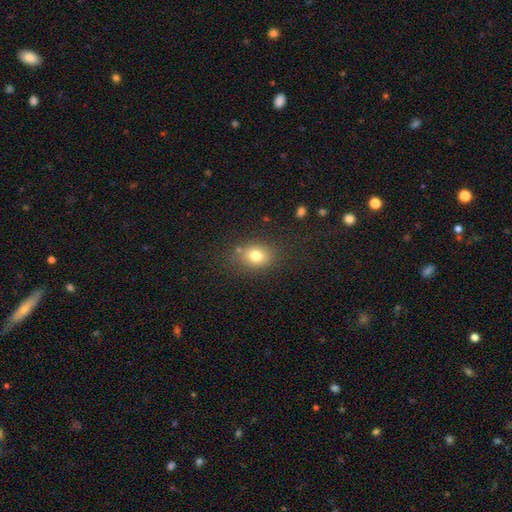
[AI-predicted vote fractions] Overall: smooth (78%). How rounded: in between (55%; round 44%). Merging: none (76%).